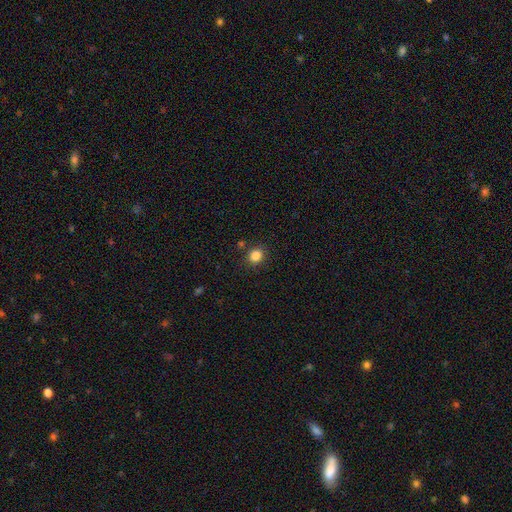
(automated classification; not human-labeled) Smooth or featured? smooth (84%)
How rounded? round (75%)
Merging? none (86%)